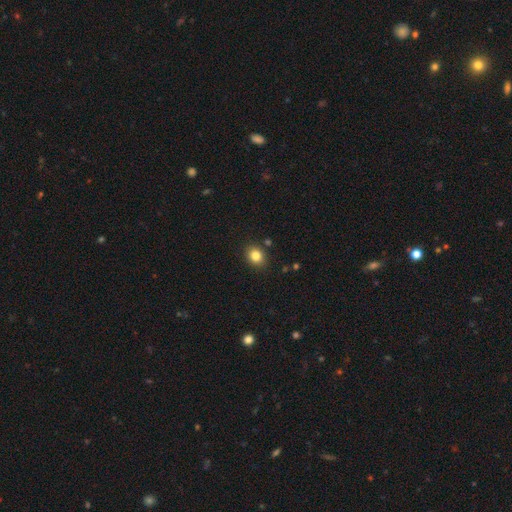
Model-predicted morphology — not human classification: Smooth or featured?
  - smooth: 82% *
  - star or artifact: 11%
  - featured or disk: 7%
How rounded?
  - round: 55% *
  - in between: 45%
  - cigar-shaped: 1%
Merging?
  - none: 87% *
  - minor disturbance: 8%
  - merger: 3%
  - major disturbance: 2%